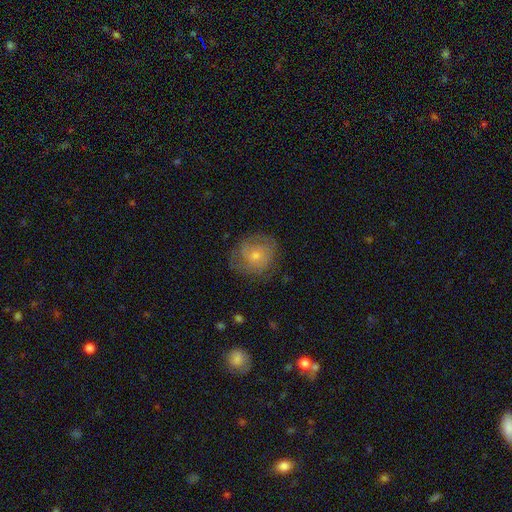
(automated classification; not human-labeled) A featured or disk galaxy (51%). Merging: none (71%).